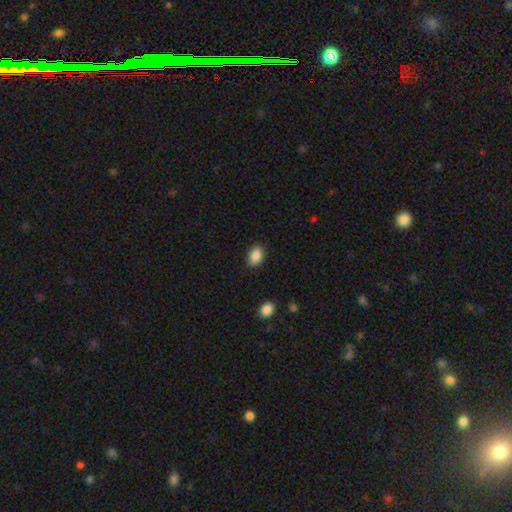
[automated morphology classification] A smooth galaxy with no disk features (88%) that is in between round and cigar-shaped (86%).

Vote fractions:
- Smooth or featured? smooth: 88% / star or artifact: 8% / featured or disk: 4%
- How rounded? in between: 86% / round: 13% / cigar-shaped: 1%
- Merging? none: 87% / minor disturbance: 9% / major disturbance: 2% / merger: 1%